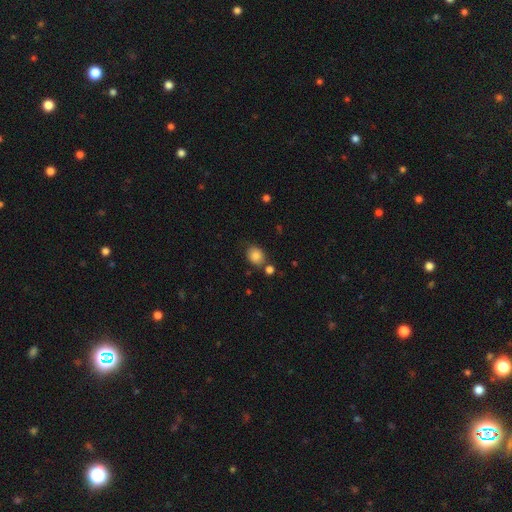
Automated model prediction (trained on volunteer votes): Smooth or featured? smooth (83%)
How rounded? round (55%)
Merging? none (73%)